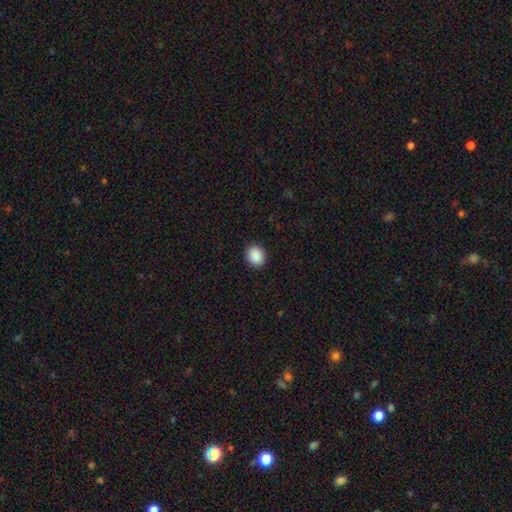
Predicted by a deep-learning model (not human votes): Smooth or featured? Predicted: smooth (p=0.90). How rounded? Predicted: round (p=0.72). Merging? Predicted: none (p=0.91).